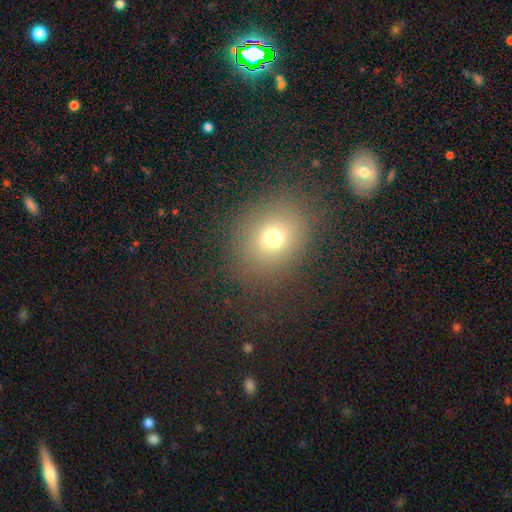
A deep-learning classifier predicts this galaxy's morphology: The model was most divided on "how rounded": round: 64%, in between: 35%, cigar-shaped: 1%. More confident: merging — none (85%); smooth or featured — smooth (62%).